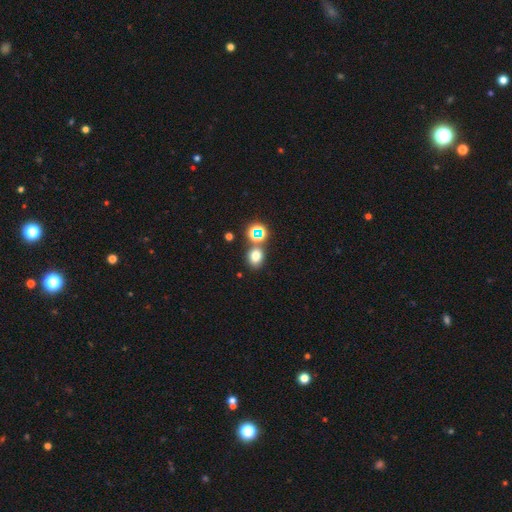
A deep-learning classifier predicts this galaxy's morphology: smooth-or-featured: smooth: 69% | star or artifact: 22% | featured or disk: 9%
  how-rounded: round: 53% | in between: 46% | cigar-shaped: 1%
  merging: none: 69% | merger: 17% | minor disturbance: 10% | major disturbance: 4%